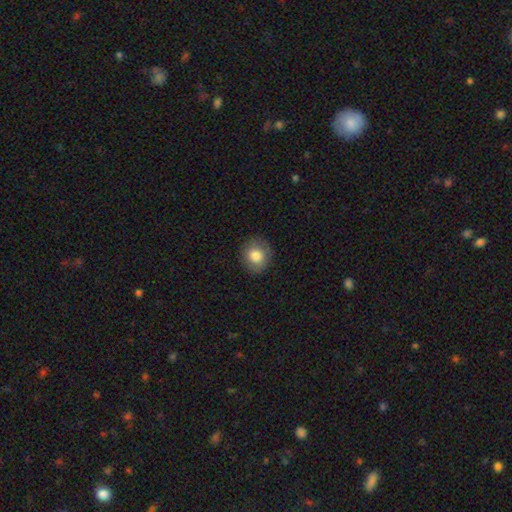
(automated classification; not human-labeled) Smooth or featured? smooth (81%)
How rounded? round (82%)
Merging? none (88%)